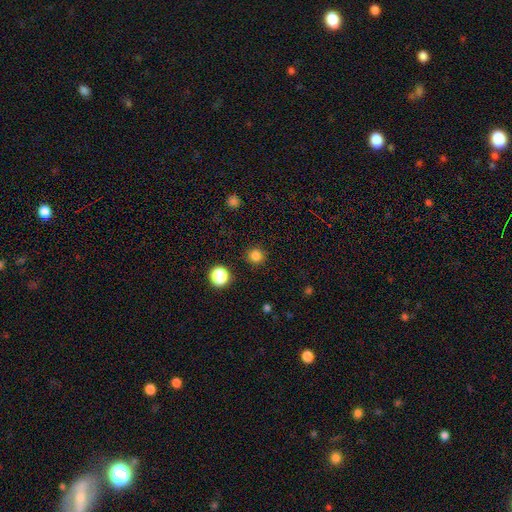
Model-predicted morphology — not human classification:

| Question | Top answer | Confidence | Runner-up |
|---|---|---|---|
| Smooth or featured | smooth | 82% | star or artifact (14%) |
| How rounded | round | 95% | in between (4%) |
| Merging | none | 91% | minor disturbance (5%) |